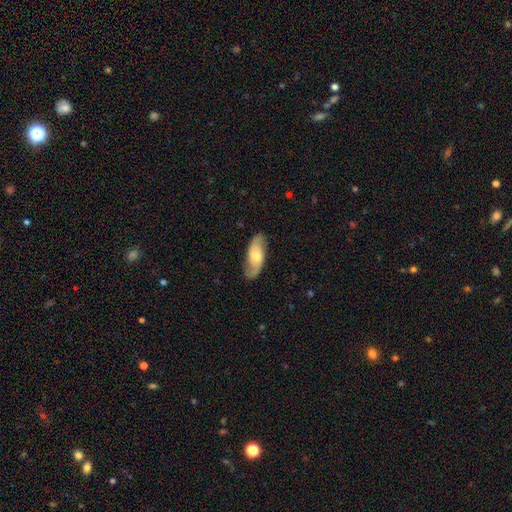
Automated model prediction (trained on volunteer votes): Overall: featured or disk (55%; smooth 40%). Edge-on disk: no (87%). Merging: none (81%).